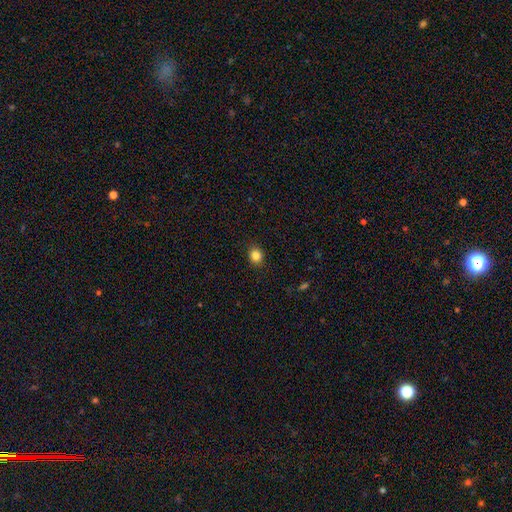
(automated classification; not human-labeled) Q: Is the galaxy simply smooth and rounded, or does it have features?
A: smooth — 84%.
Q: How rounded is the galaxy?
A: round — 73%.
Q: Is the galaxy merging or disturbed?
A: none — 90%.